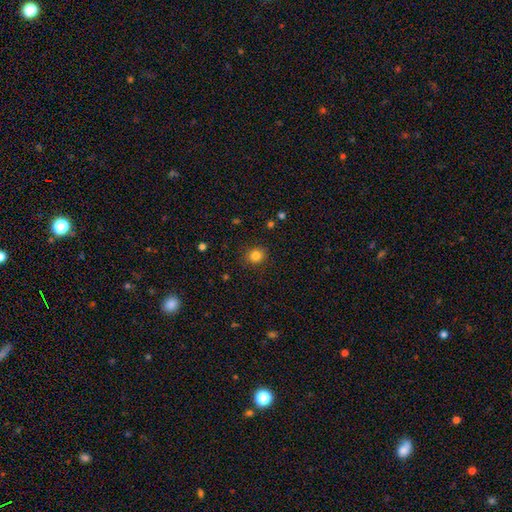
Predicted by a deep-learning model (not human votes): Smooth or featured: smooth — 83% (star or artifact — 12%)
How rounded: round — 81% (in between — 18%)
Merging: none — 88% (minor disturbance — 9%)